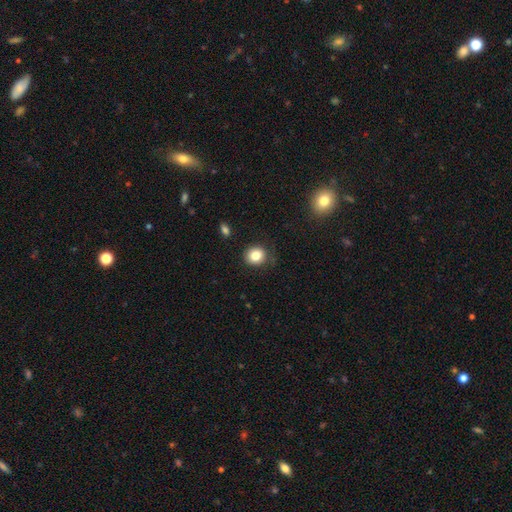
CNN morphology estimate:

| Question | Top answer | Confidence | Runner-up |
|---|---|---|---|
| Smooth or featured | smooth | 83% | star or artifact (10%) |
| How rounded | round | 80% | in between (19%) |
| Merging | none | 83% | minor disturbance (12%) |